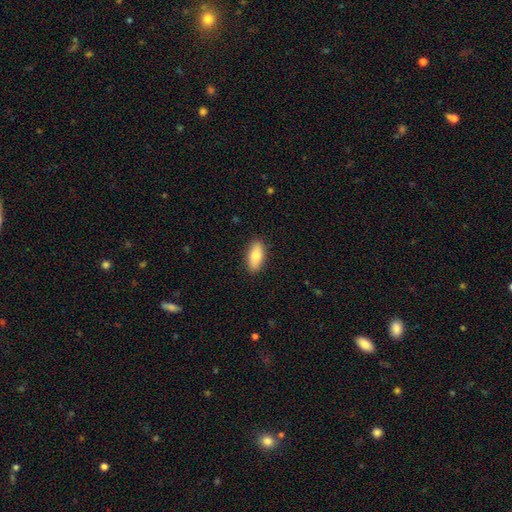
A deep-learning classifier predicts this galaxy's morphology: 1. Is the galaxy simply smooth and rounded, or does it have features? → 80% smooth, 14% featured or disk, 6% star or artifact.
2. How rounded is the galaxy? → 83% in between, 14% cigar-shaped, 3% round.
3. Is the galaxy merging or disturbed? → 89% none, 9% minor disturbance, 2% major disturbance, 1% merger.